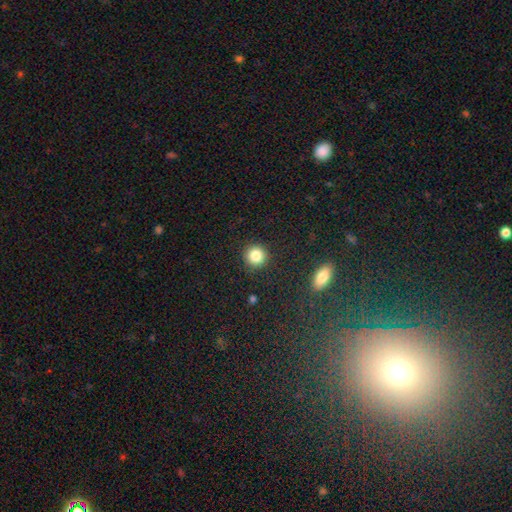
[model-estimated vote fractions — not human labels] The model was most divided on "smooth or featured": smooth: 85%, star or artifact: 10%, featured or disk: 5%. More confident: how rounded — round (93%); merging — none (91%).